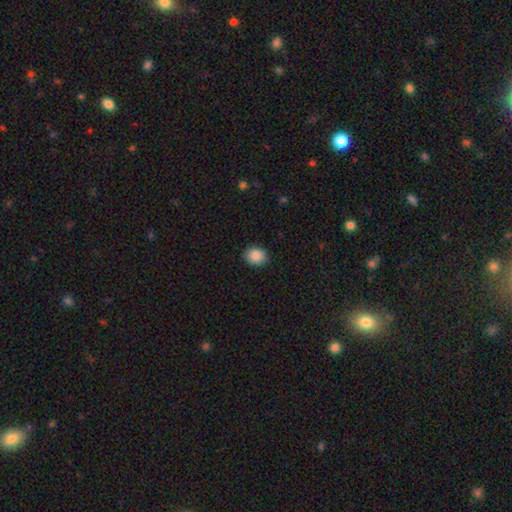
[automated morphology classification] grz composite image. It shows a smooth galaxy with no disk features (88%) that is round (57%). Merging: none (89%).